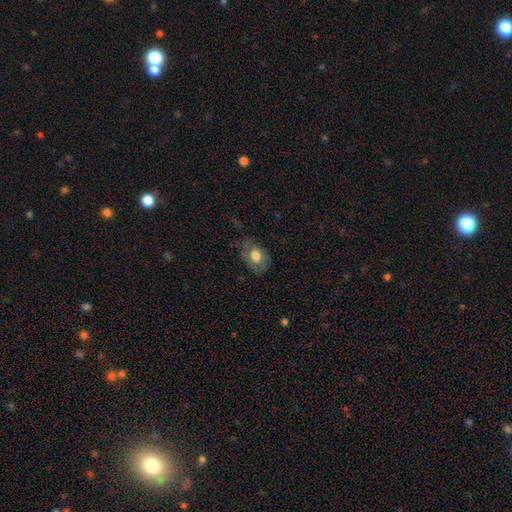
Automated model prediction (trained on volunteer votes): smooth-or-featured: smooth: 58% | featured or disk: 34% | star or artifact: 8%
  how-rounded: in between: 76% | round: 23% | cigar-shaped: 1%
  merging: none: 58% | minor disturbance: 26% | major disturbance: 14% | merger: 1%